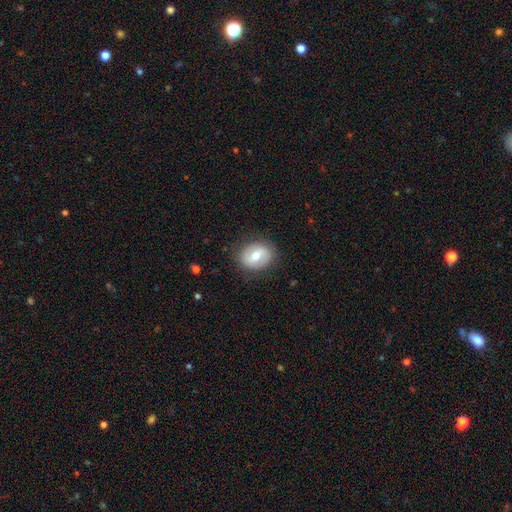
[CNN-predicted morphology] Overall: smooth (56%; featured or disk 37%). How rounded: in between (51%; round 48%). Merging: none (83%).